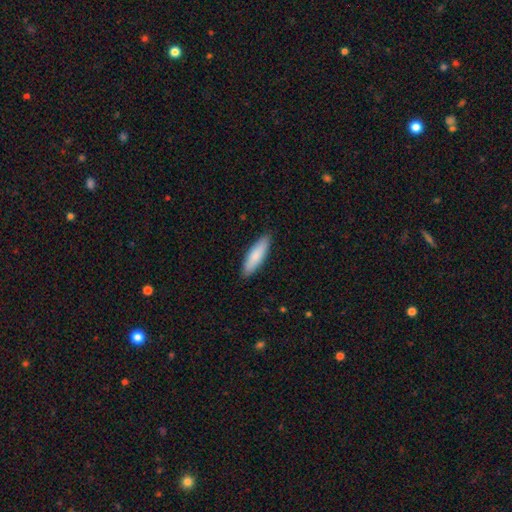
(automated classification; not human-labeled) Smooth or featured? smooth (83%)
How rounded? cigar-shaped (61%)
Merging? none (89%)